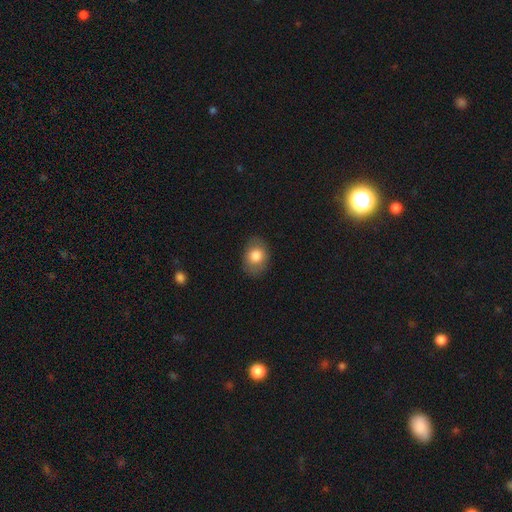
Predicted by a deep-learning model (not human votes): Smooth or featured?
  - smooth: 81% *
  - featured or disk: 11%
  - star or artifact: 8%
How rounded?
  - in between: 65% *
  - round: 34%
  - cigar-shaped: 1%
Merging?
  - none: 83% *
  - minor disturbance: 13%
  - major disturbance: 3%
  - merger: 1%